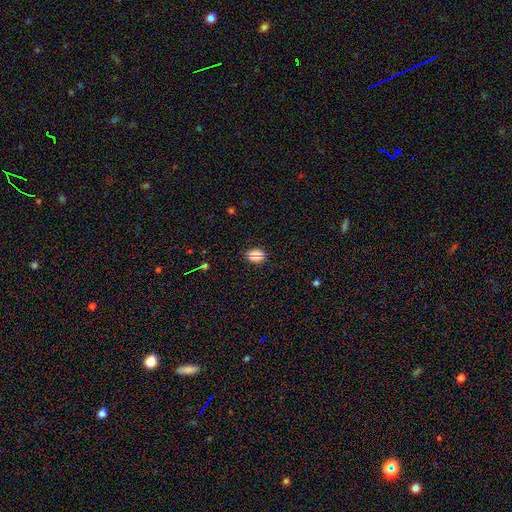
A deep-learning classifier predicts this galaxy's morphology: The model was most divided on "how rounded": in between: 65%, round: 33%, cigar-shaped: 2%. More confident: merging — none (82%); smooth or featured — smooth (79%).